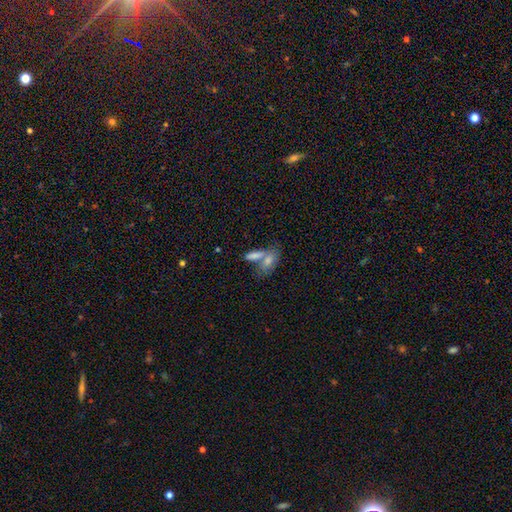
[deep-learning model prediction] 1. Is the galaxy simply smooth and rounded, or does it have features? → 77% smooth, 15% featured or disk, 8% star or artifact.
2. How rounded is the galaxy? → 72% in between, 24% cigar-shaped, 4% round.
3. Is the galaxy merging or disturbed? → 55% merger, 32% none, 9% minor disturbance, 4% major disturbance.